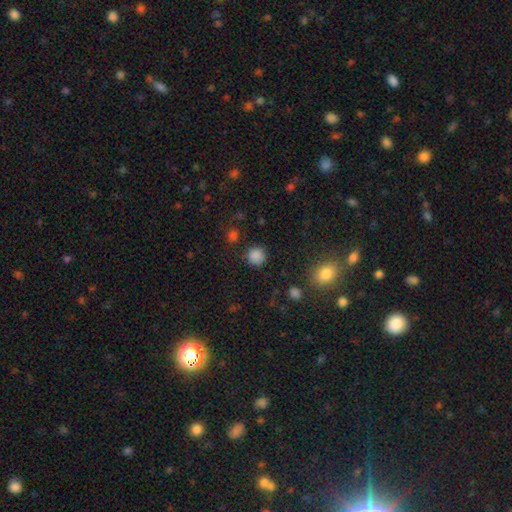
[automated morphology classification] smooth 84%, star or artifact 12%, featured or disk 4%. Down the decision tree: how rounded — round (92%); merging — none (85%).